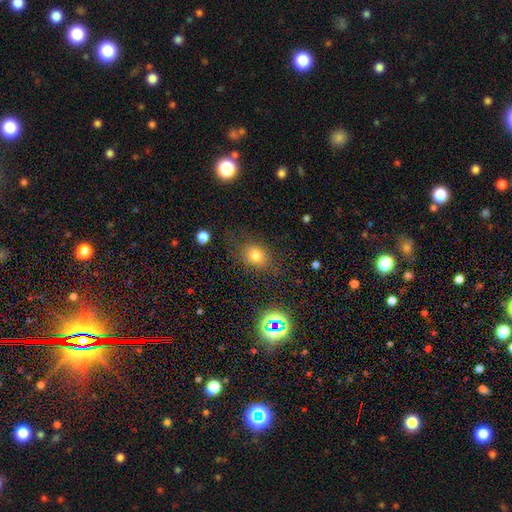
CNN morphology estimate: smooth 73%, star or artifact 16%, featured or disk 11%. Down the decision tree: how rounded — round (50%); merging — none (73%).